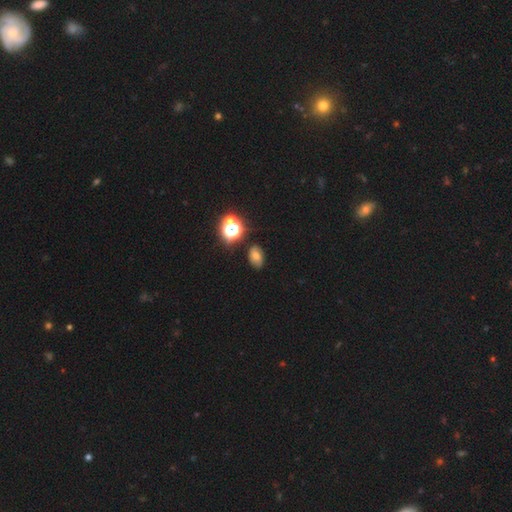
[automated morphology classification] Smooth or featured? Predicted: smooth (p=0.59). How rounded? Predicted: in between (p=0.81). Merging? Predicted: none (p=0.80).